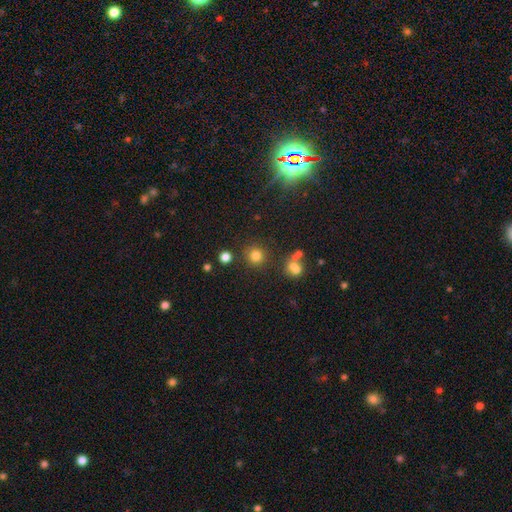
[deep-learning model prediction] The model was most divided on "smooth or featured": smooth: 79%, star or artifact: 15%, featured or disk: 6%. More confident: how rounded — round (92%); merging — none (82%).